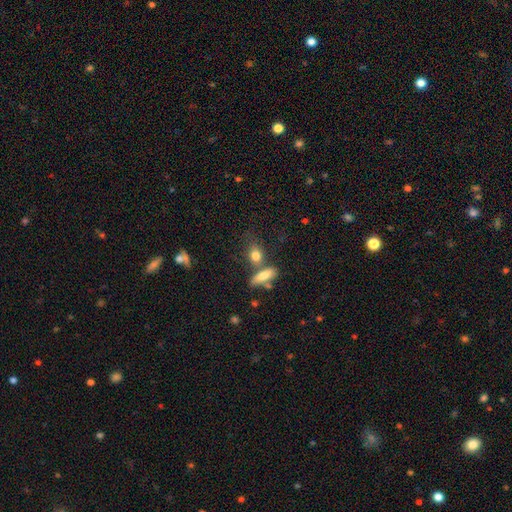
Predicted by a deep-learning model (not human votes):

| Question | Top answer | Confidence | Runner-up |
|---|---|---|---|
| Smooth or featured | smooth | 79% | featured or disk (12%) |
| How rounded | in between | 64% | round (23%) |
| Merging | none | 51% | merger (29%) |